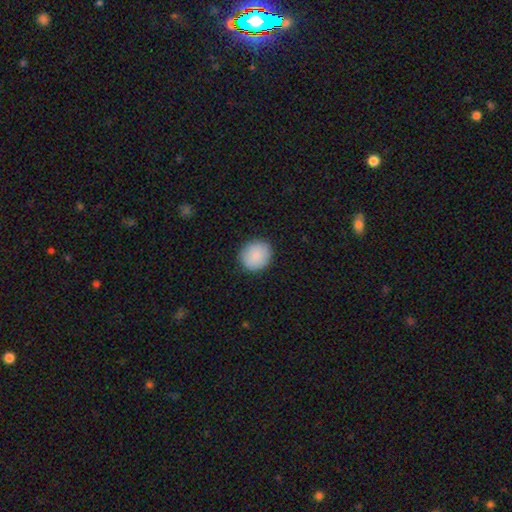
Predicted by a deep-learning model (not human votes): smooth-or-featured: smooth: 89% | star or artifact: 7% | featured or disk: 4%
  how-rounded: round: 84% | in between: 15% | cigar-shaped: 1%
  merging: none: 89% | minor disturbance: 8% | major disturbance: 2% | merger: 1%